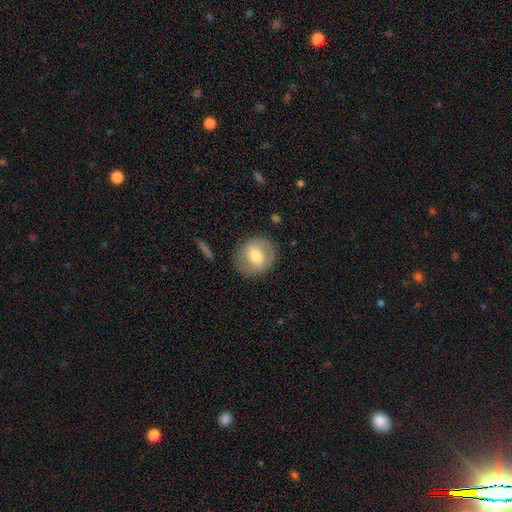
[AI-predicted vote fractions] Q: Smooth or featured?
A: smooth (51%); runner-up: featured or disk (42%)
Q: How rounded?
A: round (80%); runner-up: in between (19%)
Q: Merging?
A: none (82%); runner-up: minor disturbance (12%)